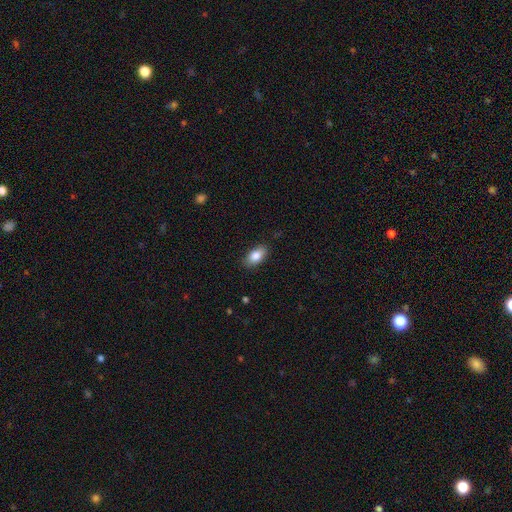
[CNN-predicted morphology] type=smooth (84%); roundness=in between (90%); merging=none (85%).